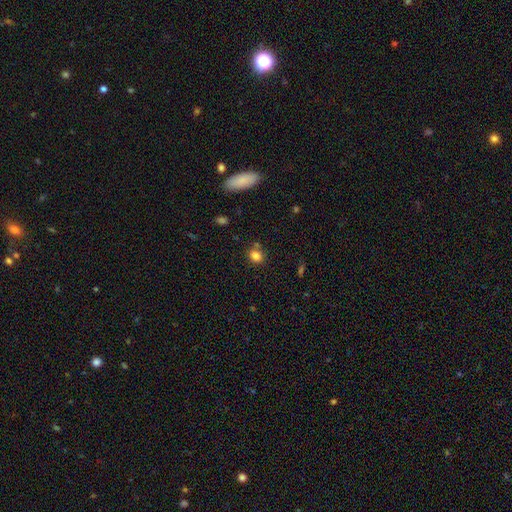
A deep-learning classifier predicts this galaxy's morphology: type=smooth (81%); roundness=round (63%); merging=none (75%).